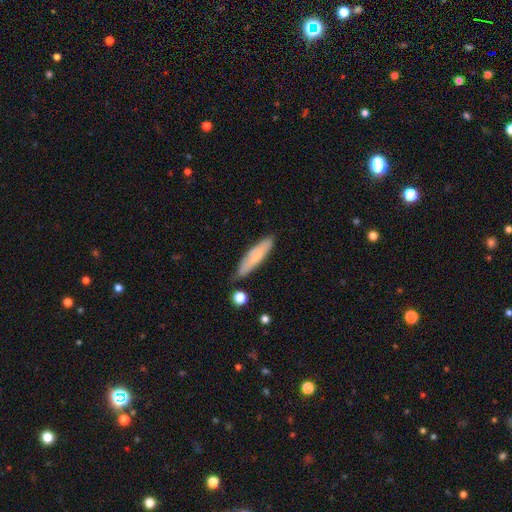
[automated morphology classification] smooth-or-featured: smooth: 72% | featured or disk: 22% | star or artifact: 6%
  how-rounded: cigar-shaped: 77% | in between: 22% | round: 2%
  merging: none: 74% | minor disturbance: 19% | merger: 4% | major disturbance: 3%